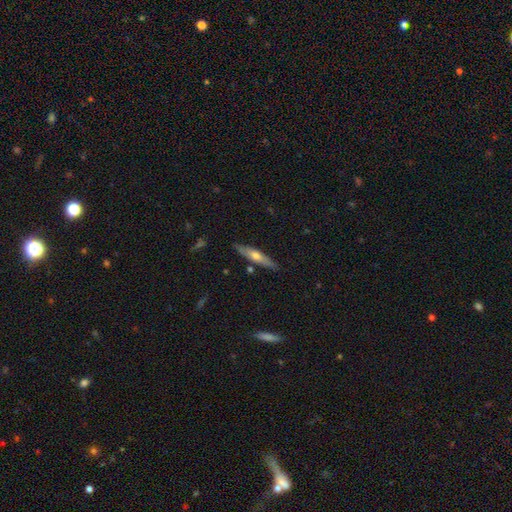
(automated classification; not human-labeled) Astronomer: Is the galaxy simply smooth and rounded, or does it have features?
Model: featured or disk — 50% (runner-up: smooth, 44%).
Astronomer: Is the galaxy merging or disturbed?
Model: none — 84%.